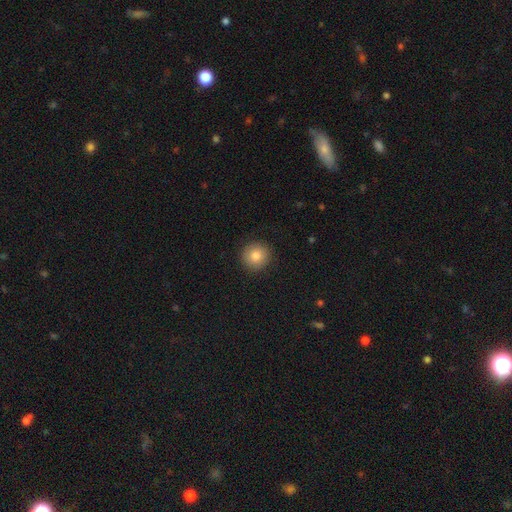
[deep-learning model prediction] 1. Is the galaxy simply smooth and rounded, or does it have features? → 84% smooth, 9% star or artifact, 7% featured or disk.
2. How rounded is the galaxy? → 94% round, 5% in between, 1% cigar-shaped.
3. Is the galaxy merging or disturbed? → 91% none, 6% minor disturbance, 2% major disturbance, 1% merger.